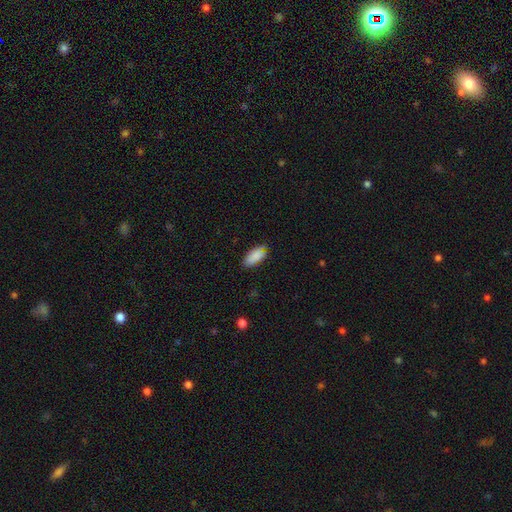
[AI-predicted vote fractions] Smooth or featured? Predicted: smooth (p=0.86). How rounded? Predicted: in between (p=0.87). Merging? Predicted: none (p=0.74).